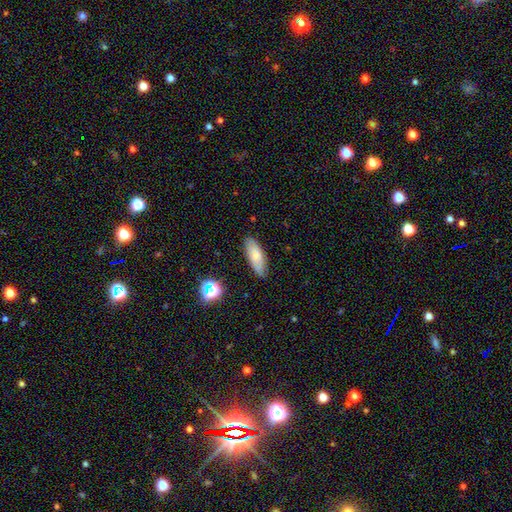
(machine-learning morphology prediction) Overall: smooth (74%). How rounded: in between (73%). Merging: none (81%).